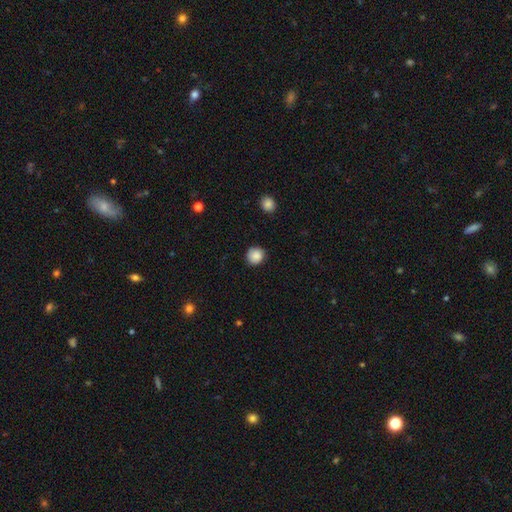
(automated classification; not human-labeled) smooth 87%, star or artifact 9%, featured or disk 4%. Down the decision tree: how rounded — round (91%); merging — none (87%).